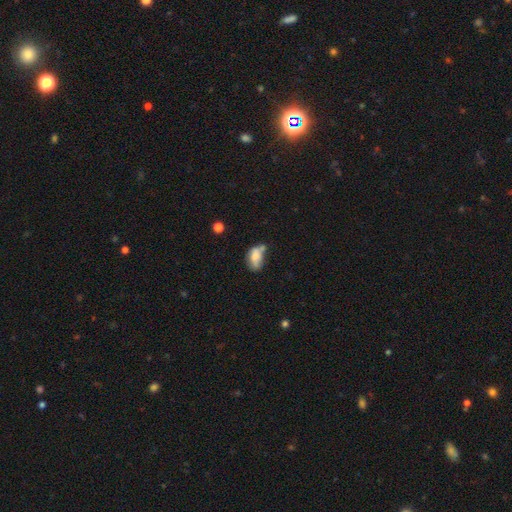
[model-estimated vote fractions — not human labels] Overall: smooth (72%). How rounded: in between (88%). Merging: minor disturbance (30%; none 29%).